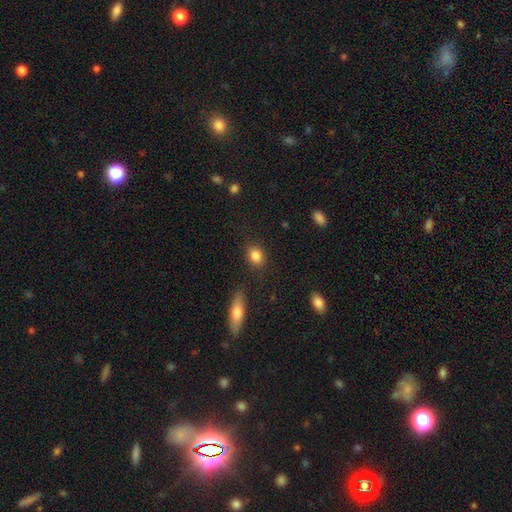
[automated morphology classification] smooth_or_featured: smooth (p=0.86) [alt: star or artifact p=0.09]
how_rounded: in between (p=0.51) [alt: round p=0.46]
merging: none (p=0.84) [alt: minor disturbance p=0.10]